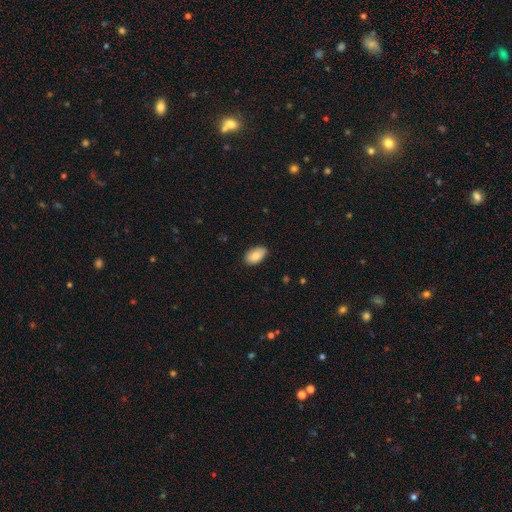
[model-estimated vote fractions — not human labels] Smooth or featured? smooth (82%)
How rounded? in between (93%)
Merging? none (82%)